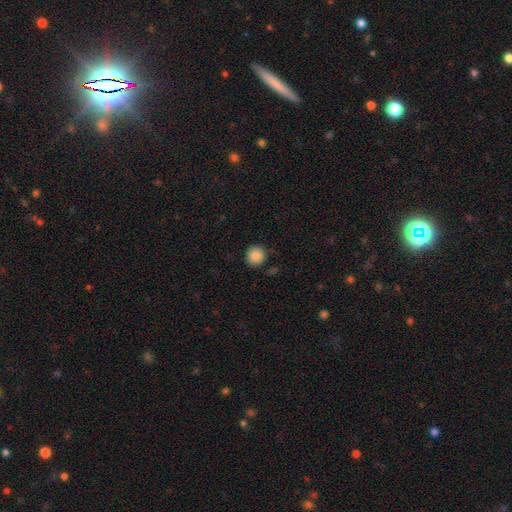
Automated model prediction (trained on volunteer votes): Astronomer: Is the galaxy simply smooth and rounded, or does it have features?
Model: smooth — 87%.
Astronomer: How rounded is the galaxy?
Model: round — 91%.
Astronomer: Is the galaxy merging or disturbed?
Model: none — 86%.